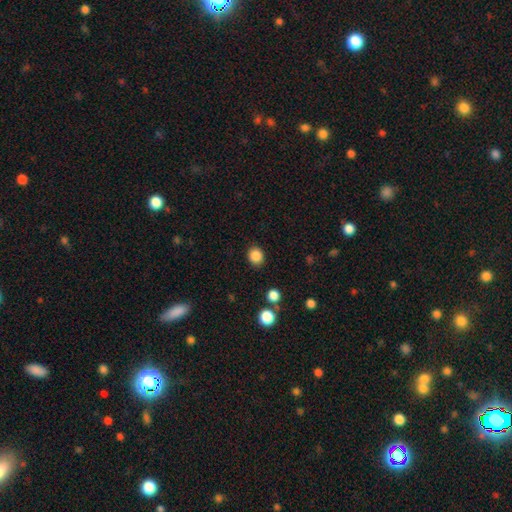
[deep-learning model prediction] Smooth or featured?
  - smooth: 86% *
  - star or artifact: 10%
  - featured or disk: 4%
How rounded?
  - round: 73% *
  - in between: 26%
  - cigar-shaped: 1%
Merging?
  - none: 88% *
  - minor disturbance: 8%
  - major disturbance: 3%
  - merger: 2%